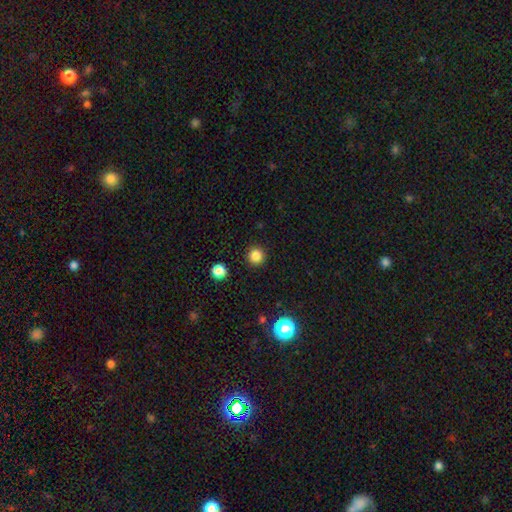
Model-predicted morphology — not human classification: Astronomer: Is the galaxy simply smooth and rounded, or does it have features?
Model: smooth — 84%.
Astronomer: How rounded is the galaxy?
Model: round — 95%.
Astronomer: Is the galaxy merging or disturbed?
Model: none — 92%.